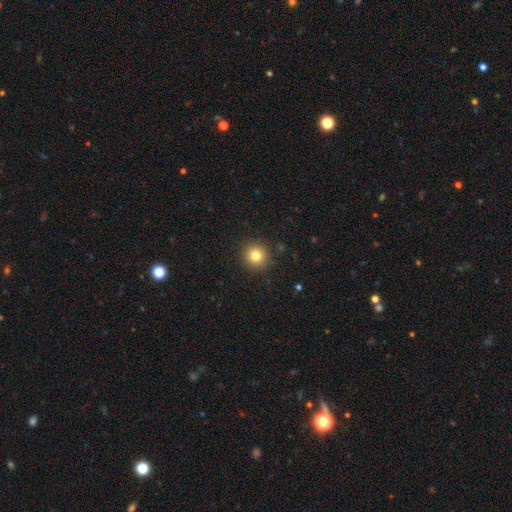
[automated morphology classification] Smooth or featured? Predicted: smooth (p=0.81). How rounded? Predicted: round (p=0.94). Merging? Predicted: none (p=0.91).